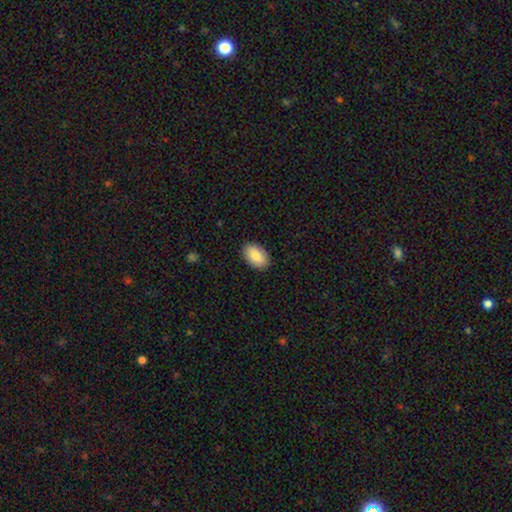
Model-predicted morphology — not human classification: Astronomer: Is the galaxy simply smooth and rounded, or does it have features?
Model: smooth — 84%.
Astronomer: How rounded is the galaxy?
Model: in between — 93%.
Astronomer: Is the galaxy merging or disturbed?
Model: none — 89%.